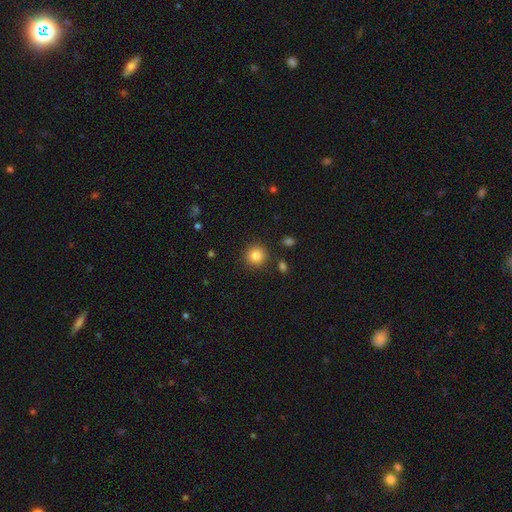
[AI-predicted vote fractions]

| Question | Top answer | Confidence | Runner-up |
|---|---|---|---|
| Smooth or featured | smooth | 85% | star or artifact (10%) |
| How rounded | round | 93% | in between (6%) |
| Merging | none | 89% | minor disturbance (6%) |